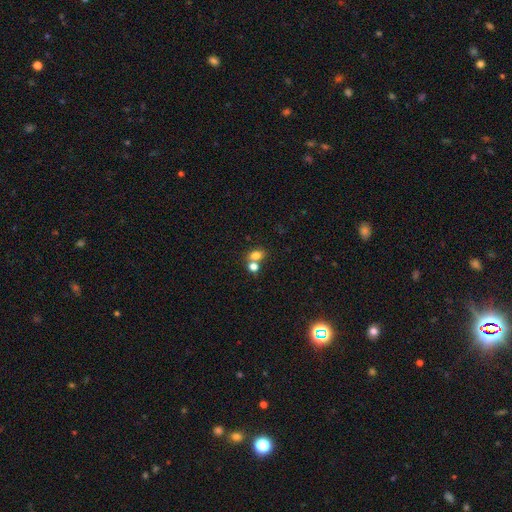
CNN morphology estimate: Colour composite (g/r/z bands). It shows a smooth galaxy with no disk features (77%) that is in between round and cigar-shaped (64%). Merging: merger (44%).